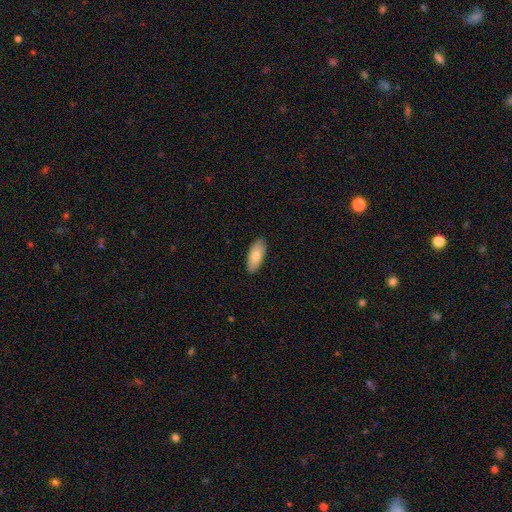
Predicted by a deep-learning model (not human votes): A smooth galaxy with no disk features (77%) that is in between round and cigar-shaped (83%). Merging: none (89%).